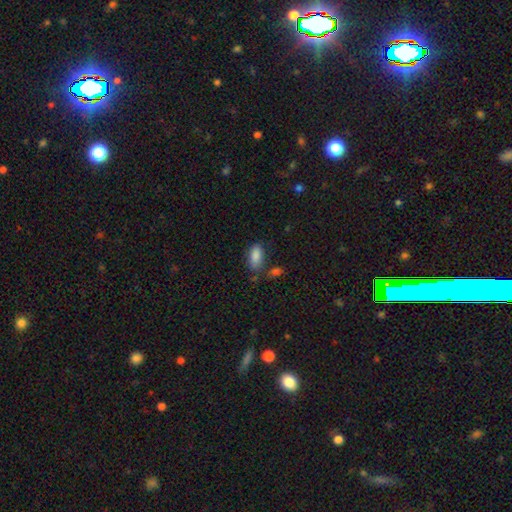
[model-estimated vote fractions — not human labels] This appears to be a smooth galaxy with no disk features (86%) that is in between round and cigar-shaped (89%). Merging: none (70%).